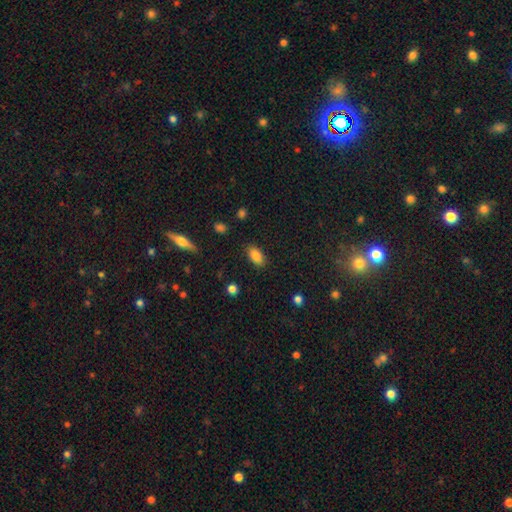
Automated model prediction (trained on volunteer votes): This is clearly a smooth galaxy (85%). How rounded: clearly in between (91%). Merging: clearly none (86%).